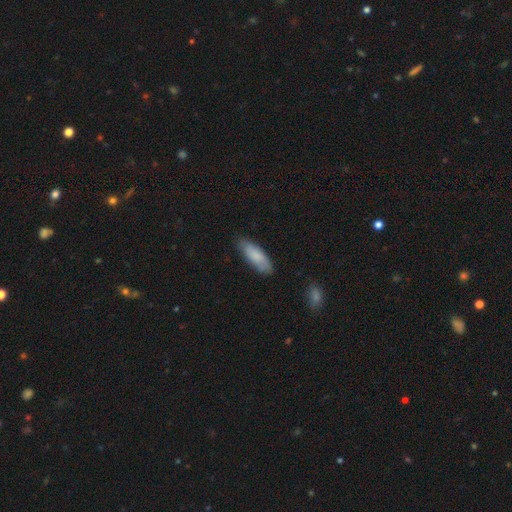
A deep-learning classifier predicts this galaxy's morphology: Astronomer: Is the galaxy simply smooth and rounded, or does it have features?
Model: smooth — 80%.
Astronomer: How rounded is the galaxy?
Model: in between — 60% (runner-up: cigar-shaped, 38%).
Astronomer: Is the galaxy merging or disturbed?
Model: none — 79%.